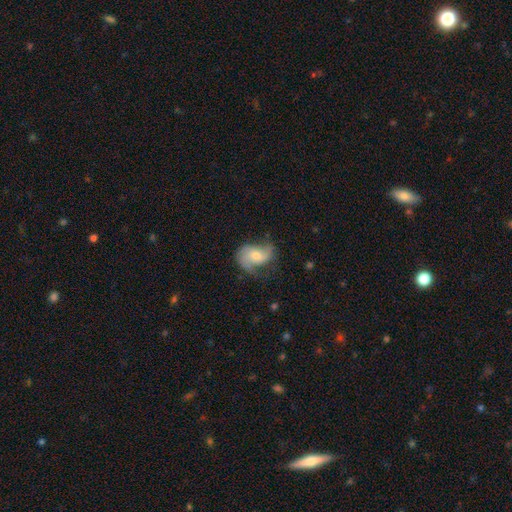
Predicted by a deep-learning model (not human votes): Smooth or featured?
  - featured or disk: 56% *
  - smooth: 36%
  - star or artifact: 7%
Edge-on disk?
  - no: 97% *
  - yes: 3%
Bar?
  - no: 66% *
  - weak: 28%
  - strong: 7%
Spiral arms?
  - yes: 84% *
  - no: 16%
Bulge size?
  - small: 47% *
  - moderate: 44%
  - large: 4%
  - none: 3%
  - dominant: 1%
Merging?
  - none: 46% *
  - minor disturbance: 30%
  - major disturbance: 21%
  - merger: 2%